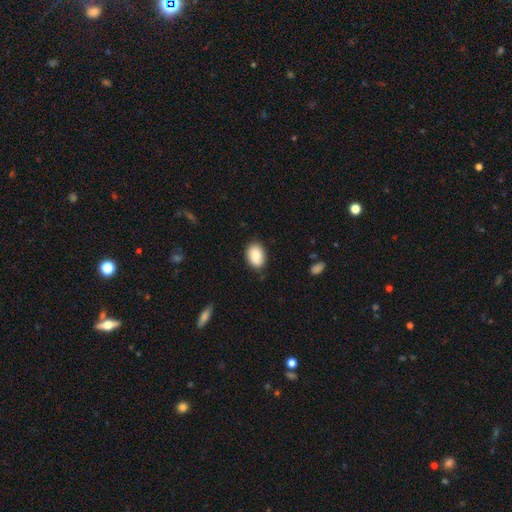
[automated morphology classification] smooth-or-featured: smooth: 86% | featured or disk: 7% | star or artifact: 7%
  how-rounded: in between: 80% | round: 19% | cigar-shaped: 1%
  merging: none: 83% | minor disturbance: 14% | major disturbance: 2% | merger: 1%